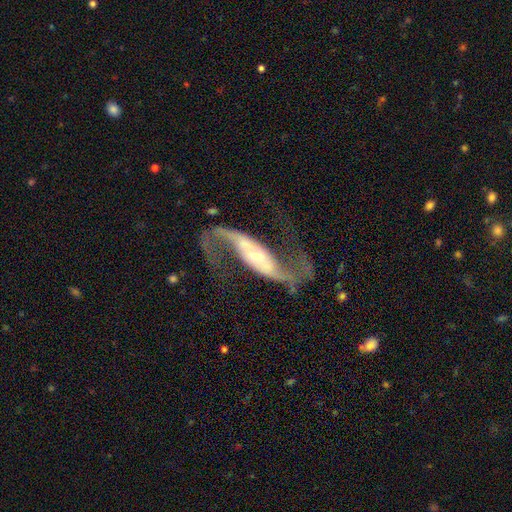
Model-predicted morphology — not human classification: This is clearly a featured or disk galaxy (90%). It is clearly not viewed edge-on (92%). Bar: marginally strong (43%). Spiral arm pattern: clearly yes (96%). Spiral arm count: clearly 2 (93%). Spiral winding: likely loose (80%). Central bulge: possibly small (54%). Merging: likely none (69%).